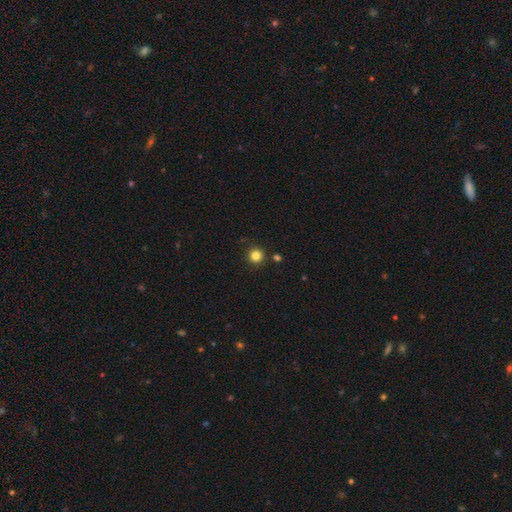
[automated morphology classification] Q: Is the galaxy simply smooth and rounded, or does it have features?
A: smooth — 83%.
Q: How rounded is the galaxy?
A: round — 95%.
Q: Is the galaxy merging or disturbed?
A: none — 89%.